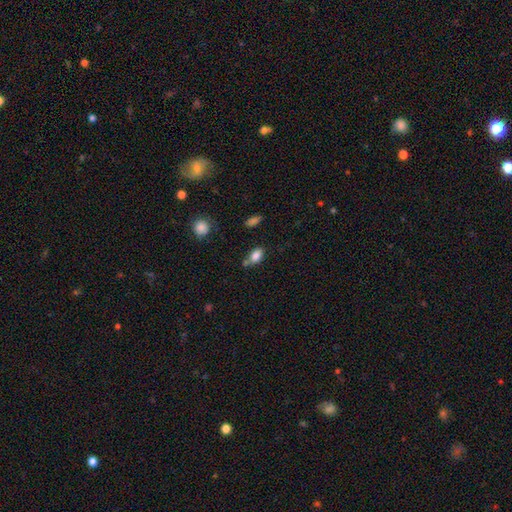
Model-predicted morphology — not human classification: Smooth or featured: smooth — 83% (star or artifact — 10%)
How rounded: in between — 86% (round — 11%)
Merging: none — 57% (merger — 20%)